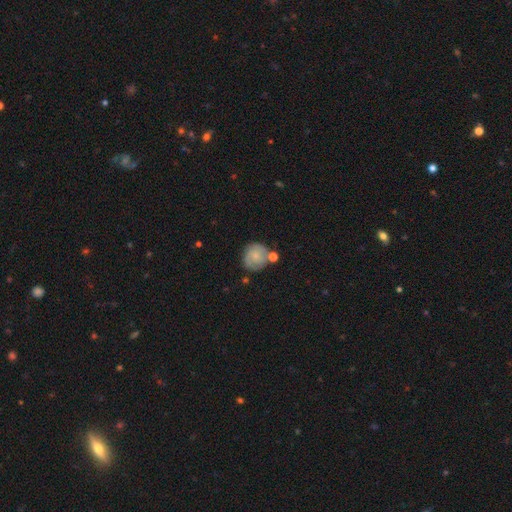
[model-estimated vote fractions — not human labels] The model was most divided on "smooth or featured": smooth: 49%, featured or disk: 43%, star or artifact: 8%. More confident: merging — none (62%).